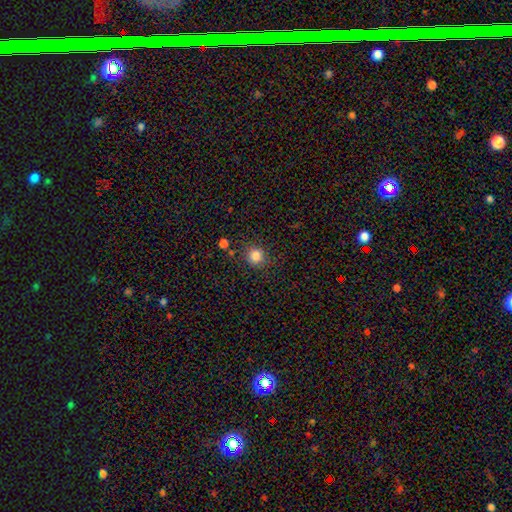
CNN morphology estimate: This appears to be a smooth galaxy with no disk features (84%) that is round (89%). Merging: none (84%).